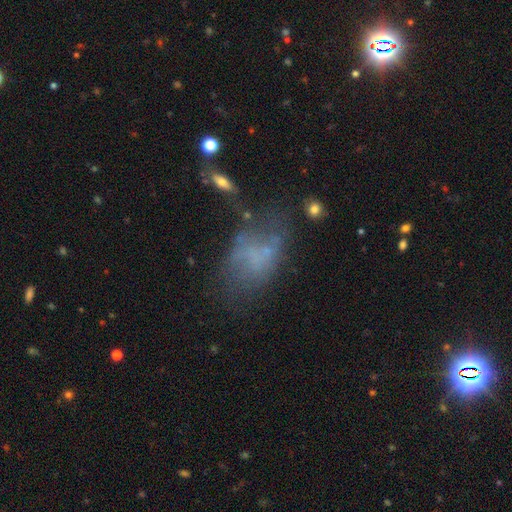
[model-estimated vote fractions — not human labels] Morphology: type=smooth (47%); merging=none (40%).